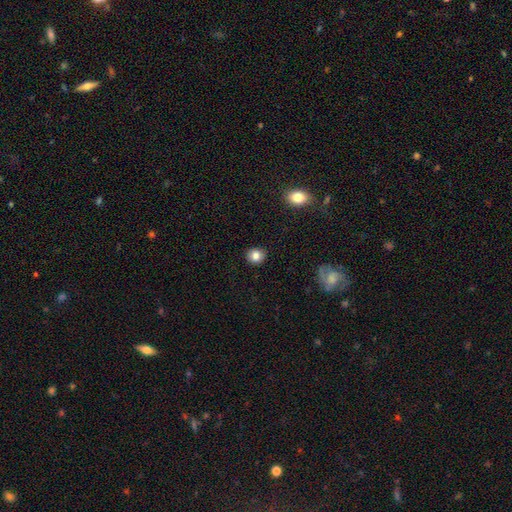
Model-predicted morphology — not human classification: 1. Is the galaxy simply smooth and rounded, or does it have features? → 82% smooth, 10% star or artifact, 7% featured or disk.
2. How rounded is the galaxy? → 81% round, 18% in between, 1% cigar-shaped.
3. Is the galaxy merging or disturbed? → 91% none, 7% minor disturbance, 2% major disturbance, 1% merger.